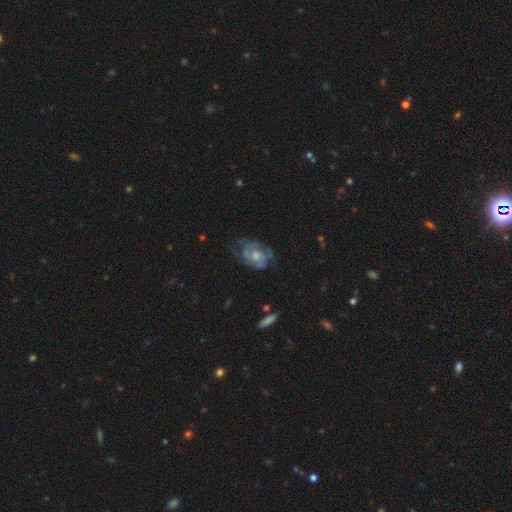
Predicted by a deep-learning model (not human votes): Smooth or featured? featured or disk (70%)
Edge-on disk? no (97%)
Bar? no (70%)
Spiral arms? yes (77%)
Spiral winding? tight (43%)
Spiral arm count? 2 (39%)
Bulge size? moderate (50%)
Merging? none (51%)